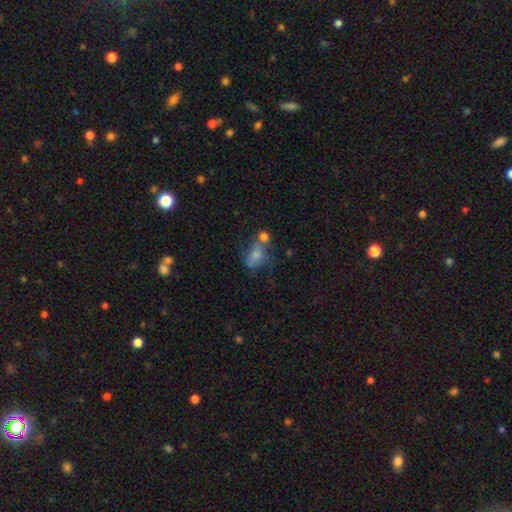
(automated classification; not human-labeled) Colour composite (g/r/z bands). It shows a smooth galaxy with no disk features (68%) that is in between round and cigar-shaped (75%). Merging: merger (43%).